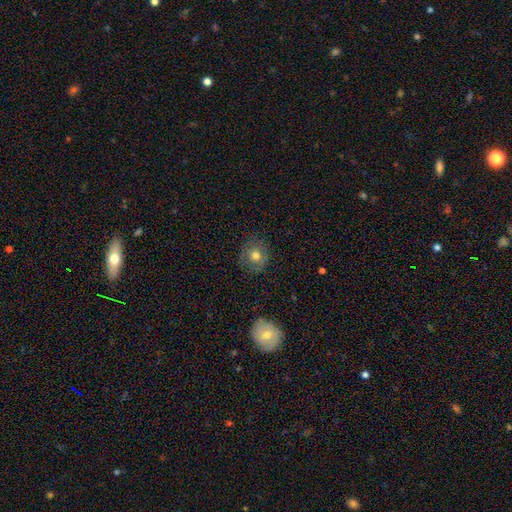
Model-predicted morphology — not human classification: Q: Smooth or featured?
A: smooth (68%); runner-up: featured or disk (21%)
Q: How rounded?
A: round (85%); runner-up: in between (14%)
Q: Merging?
A: none (82%); runner-up: minor disturbance (13%)